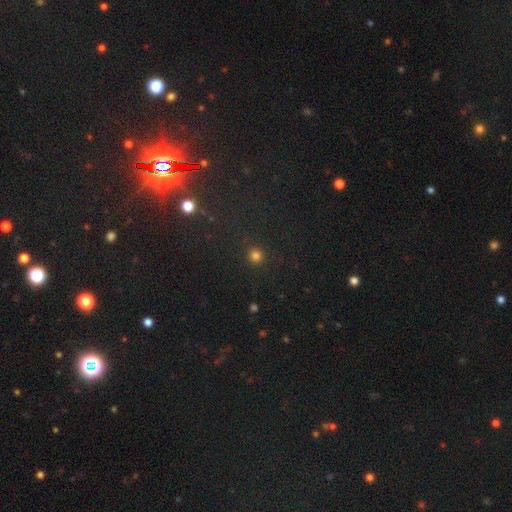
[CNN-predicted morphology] This is likely a smooth galaxy (78%). How rounded: clearly round (94%). Merging: clearly none (90%).